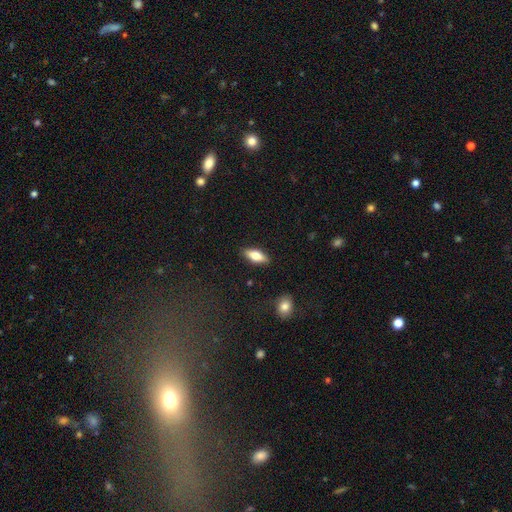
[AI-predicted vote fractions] This appears to be a smooth galaxy with no disk features (70%) that is in between round and cigar-shaped (72%). Merging: none (88%).